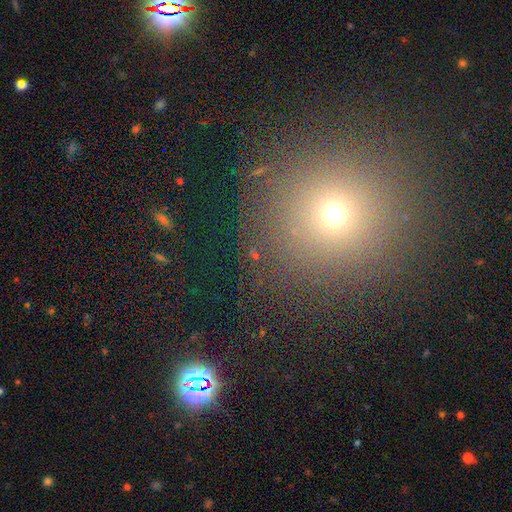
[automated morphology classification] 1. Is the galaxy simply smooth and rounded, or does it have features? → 52% star or artifact, 35% smooth, 13% featured or disk.